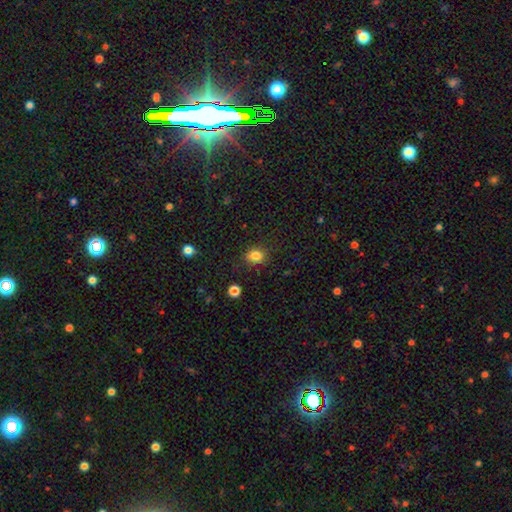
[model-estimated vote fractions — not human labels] smooth 83%, star or artifact 12%, featured or disk 5%. Down the decision tree: how rounded — round (59%); merging — none (79%).